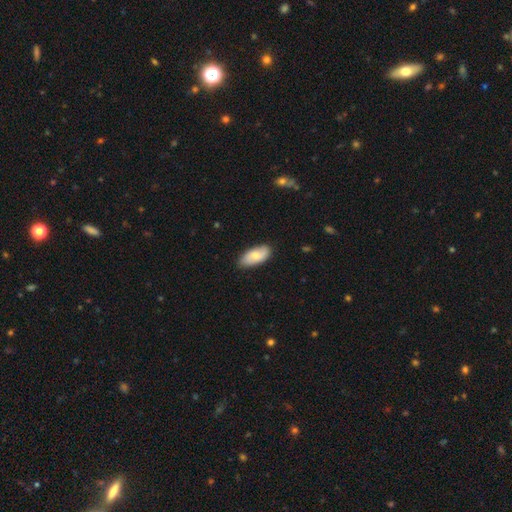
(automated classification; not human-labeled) A smooth galaxy with no disk features (72%) that is in between round and cigar-shaped (91%). Merging: none (82%).